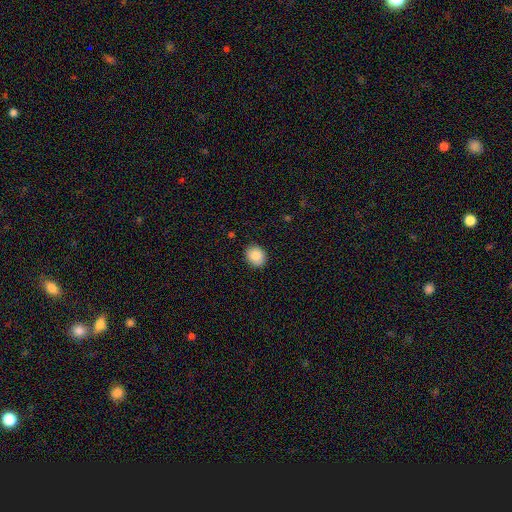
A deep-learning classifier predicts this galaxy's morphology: smooth-or-featured: smooth: 87% | star or artifact: 8% | featured or disk: 4%
  how-rounded: round: 63% | in between: 36% | cigar-shaped: 1%
  merging: none: 88% | minor disturbance: 9% | major disturbance: 2% | merger: 1%